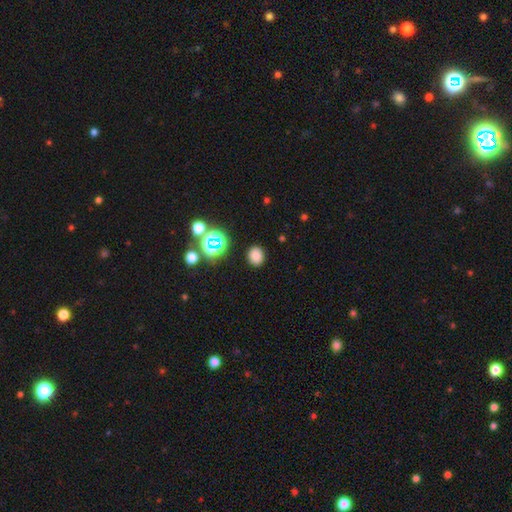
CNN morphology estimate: Q: Smooth or featured?
A: smooth (77%); runner-up: star or artifact (18%)
Q: How rounded?
A: round (58%); runner-up: in between (41%)
Q: Merging?
A: none (87%); runner-up: minor disturbance (8%)